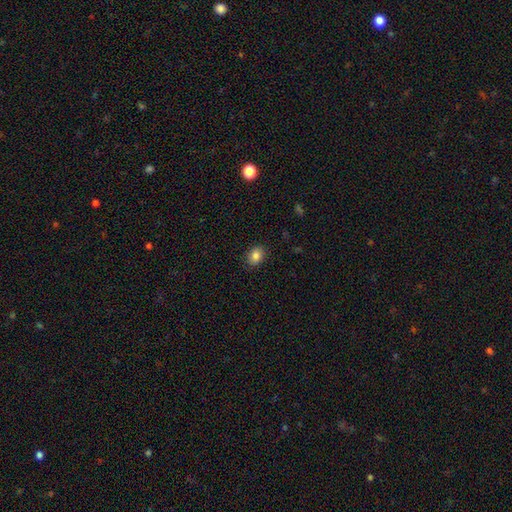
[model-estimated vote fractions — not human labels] Smooth or featured? Predicted: smooth (p=0.85). How rounded? Predicted: in between (p=0.59). Merging? Predicted: none (p=0.89).